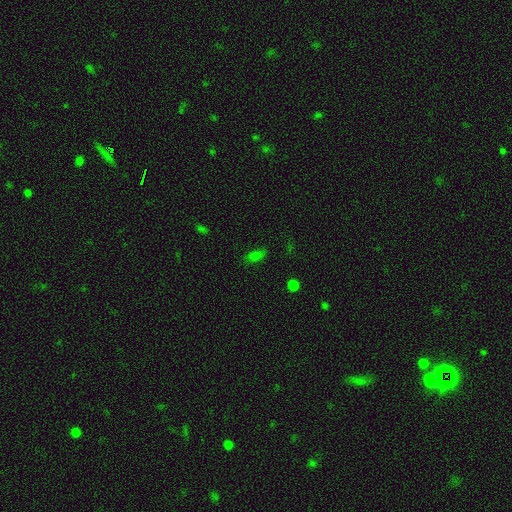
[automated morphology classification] smooth-or-featured: smooth: 69% | star or artifact: 21% | featured or disk: 10%
  how-rounded: in between: 81% | cigar-shaped: 11% | round: 7%
  merging: none: 77% | minor disturbance: 15% | major disturbance: 5% | merger: 2%